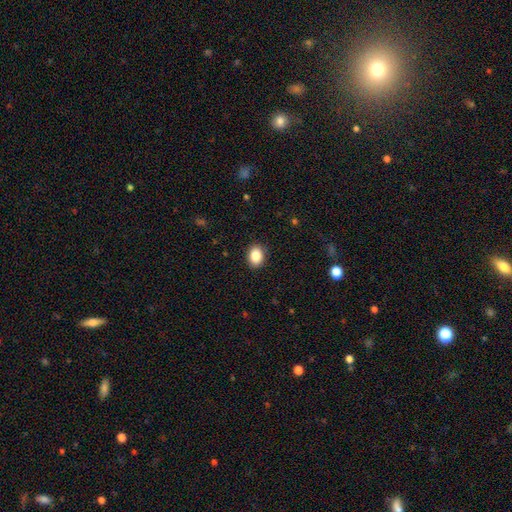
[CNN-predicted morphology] smooth-or-featured: smooth: 86% | star or artifact: 9% | featured or disk: 5%
  how-rounded: in between: 65% | round: 34% | cigar-shaped: 1%
  merging: none: 89% | minor disturbance: 8% | major disturbance: 2% | merger: 1%